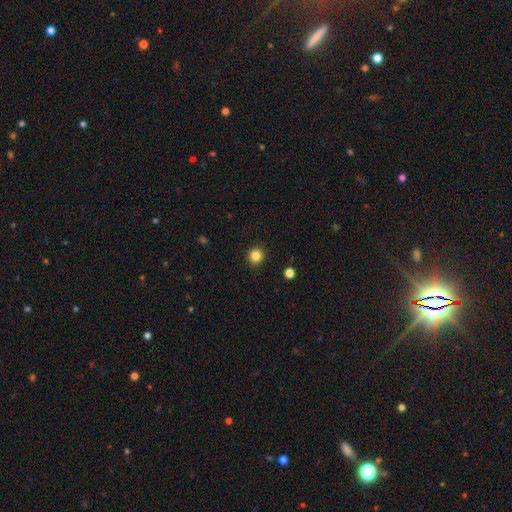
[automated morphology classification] Overall: smooth (84%). How rounded: round (92%). Merging: none (92%).